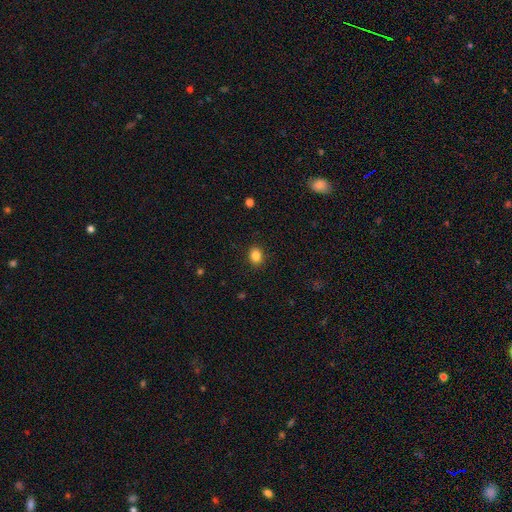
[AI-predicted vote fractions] This is clearly a smooth galaxy (86%). How rounded: possibly in between (54%). Merging: clearly none (90%).